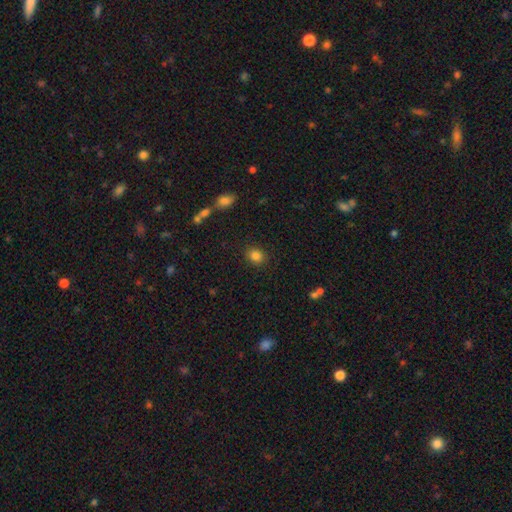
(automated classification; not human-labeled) smooth-or-featured: smooth: 84% | star or artifact: 11% | featured or disk: 5%
  how-rounded: round: 62% | in between: 37% | cigar-shaped: 1%
  merging: none: 87% | minor disturbance: 8% | major disturbance: 3% | merger: 2%